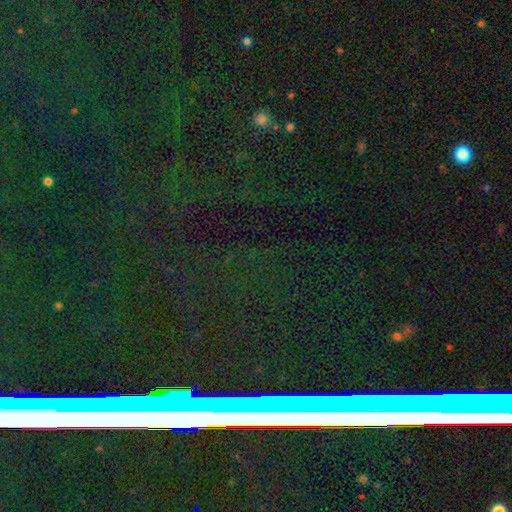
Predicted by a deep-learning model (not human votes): This is likely a star or artifact rather than a galaxy (67%).